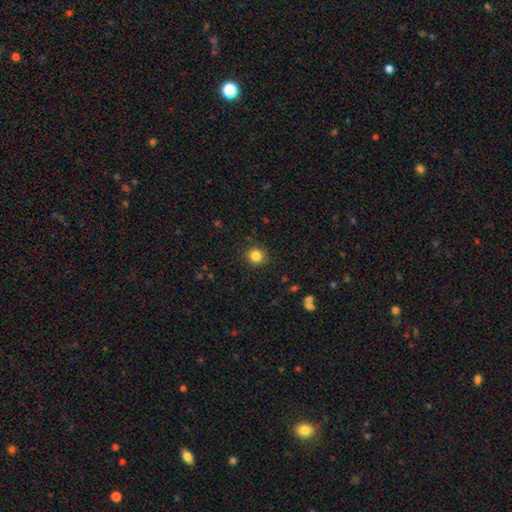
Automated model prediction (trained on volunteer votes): Morphology: type=smooth (84%); roundness=round (88%); merging=none (90%).